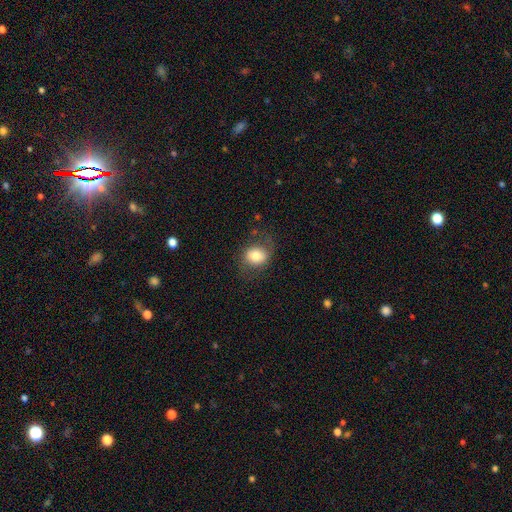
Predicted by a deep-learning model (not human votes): Smooth or featured? smooth (73%)
How rounded? round (54%)
Merging? none (66%)